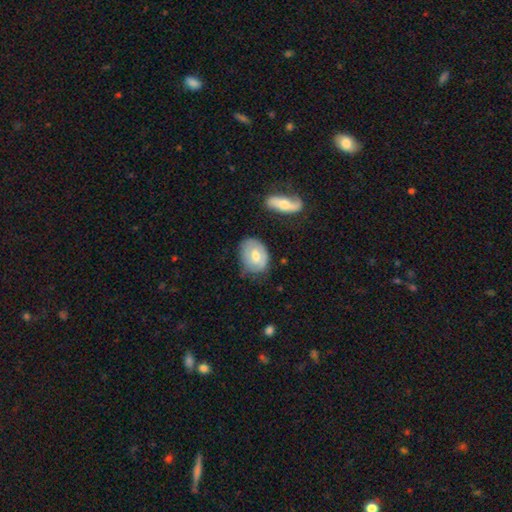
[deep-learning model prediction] Smooth or featured? smooth (52%)
How rounded? in between (71%)
Merging? none (60%)